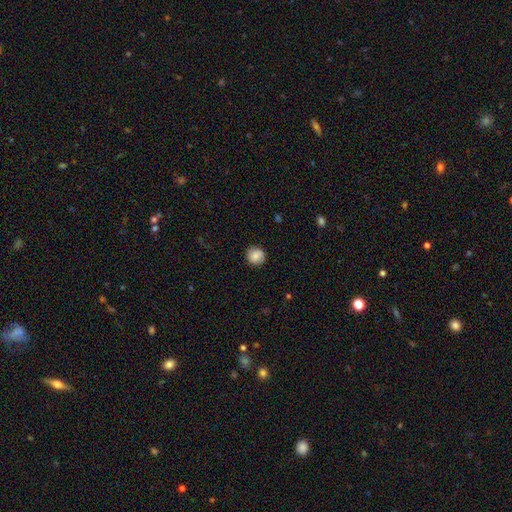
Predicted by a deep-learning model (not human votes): Morphology: type=smooth (78%); roundness=round (89%); merging=none (84%).